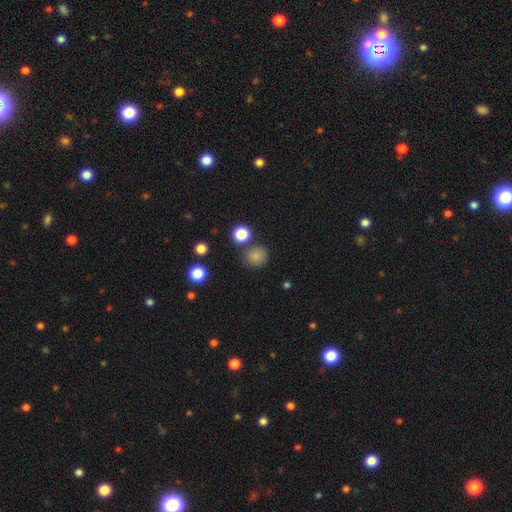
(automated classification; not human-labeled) A smooth galaxy with no disk features (82%) that is round (86%). Merging: none (77%).